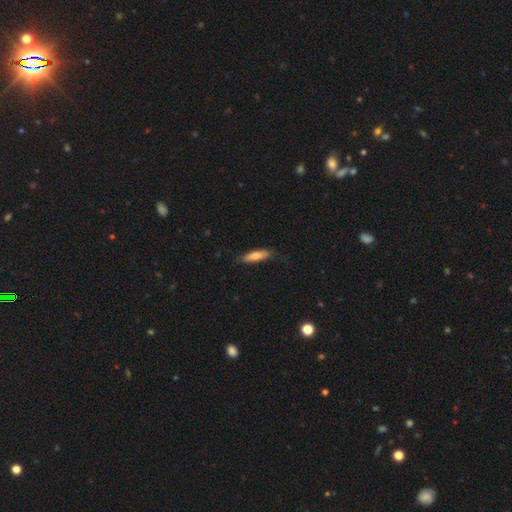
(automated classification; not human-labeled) Smooth or featured: smooth — 74% (featured or disk — 20%)
How rounded: cigar-shaped — 63% (in between — 35%)
Merging: none — 77% (minor disturbance — 18%)